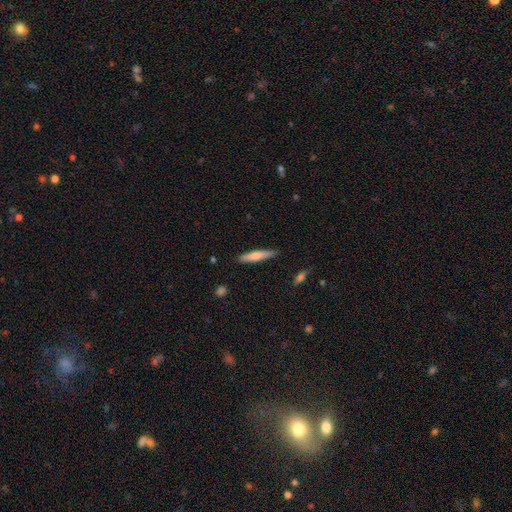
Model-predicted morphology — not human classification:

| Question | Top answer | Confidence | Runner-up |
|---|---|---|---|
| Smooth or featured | smooth | 64% | featured or disk (31%) |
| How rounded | cigar-shaped | 89% | in between (9%) |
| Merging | none | 87% | minor disturbance (10%) |